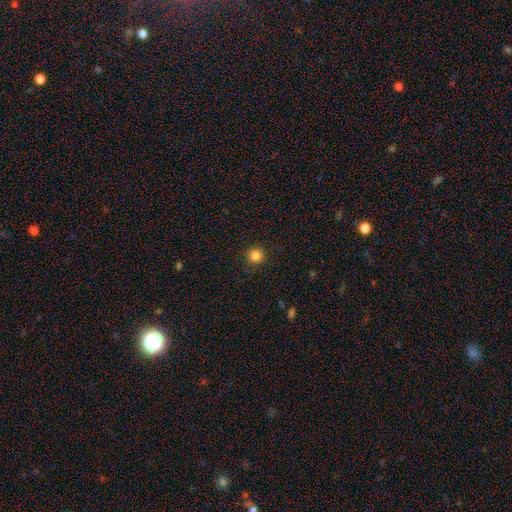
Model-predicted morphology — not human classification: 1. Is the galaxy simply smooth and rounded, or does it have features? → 84% smooth, 12% star or artifact, 4% featured or disk.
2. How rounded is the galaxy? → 95% round, 4% in between, 1% cigar-shaped.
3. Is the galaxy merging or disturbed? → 91% none, 6% minor disturbance, 2% major disturbance, 1% merger.